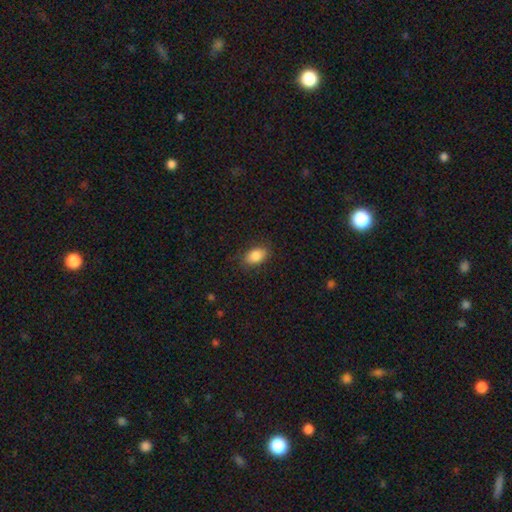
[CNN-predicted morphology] Overall: smooth (85%). How rounded: in between (87%). Merging: none (83%).